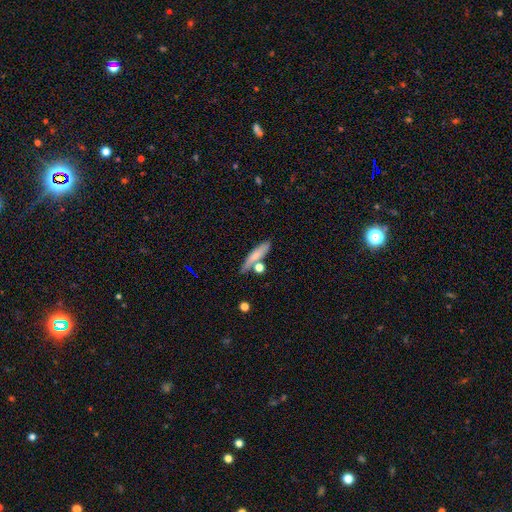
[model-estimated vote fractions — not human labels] Overall: smooth (68%). How rounded: cigar-shaped (76%). Merging: none (64%).